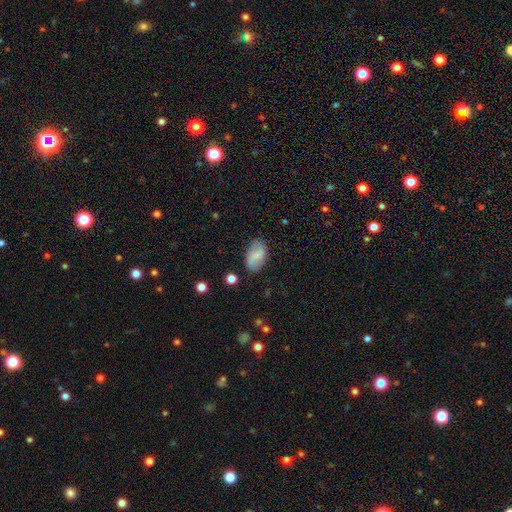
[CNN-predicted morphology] This is likely a smooth galaxy (67%). How rounded: clearly in between (92%). Merging: likely none (78%).